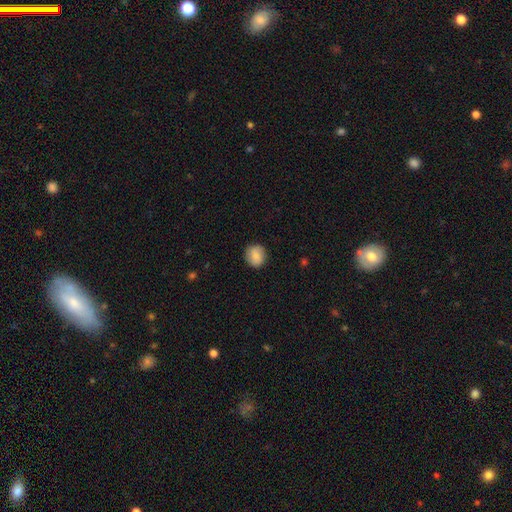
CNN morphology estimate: A smooth galaxy with no disk features (83%) that is round (83%). Merging: none (88%).